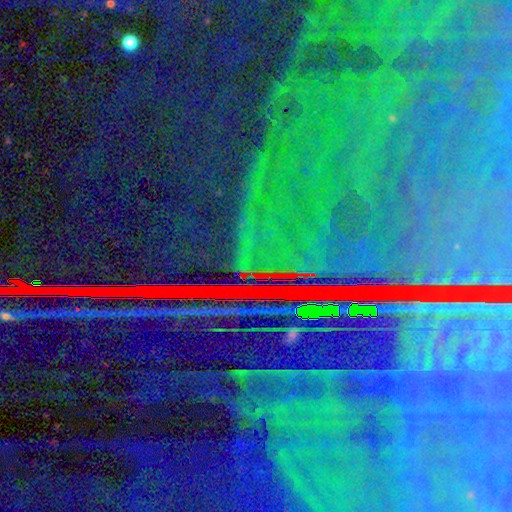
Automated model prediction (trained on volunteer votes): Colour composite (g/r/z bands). It shows a star or artifact, not a galaxy (89%).